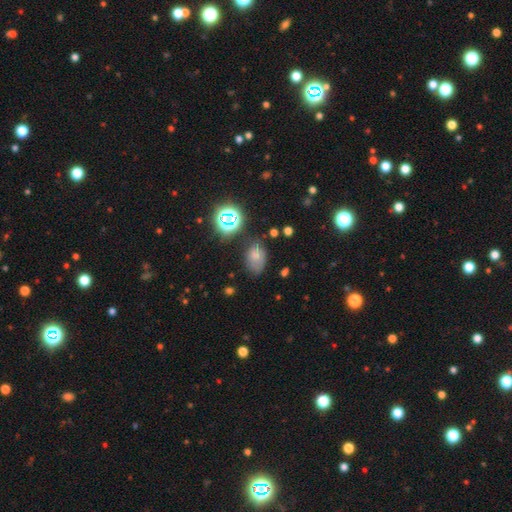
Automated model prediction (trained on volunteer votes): A smooth galaxy with no disk features (68%) that is in between round and cigar-shaped (83%).

Vote fractions:
- Smooth or featured? smooth: 68% / star or artifact: 20% / featured or disk: 12%
- How rounded? in between: 83% / round: 16% / cigar-shaped: 1%
- Merging? none: 56% / minor disturbance: 29% / major disturbance: 11% / merger: 4%